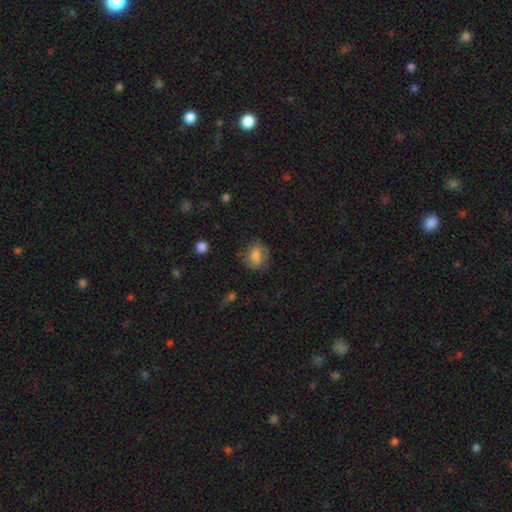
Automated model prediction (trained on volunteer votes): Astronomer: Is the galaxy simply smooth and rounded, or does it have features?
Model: smooth — 71%.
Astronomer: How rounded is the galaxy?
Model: in between — 51% (runner-up: round, 48%).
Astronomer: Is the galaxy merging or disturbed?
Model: none — 67%.